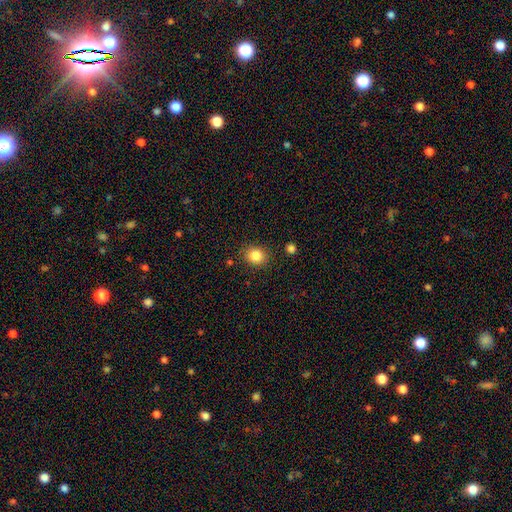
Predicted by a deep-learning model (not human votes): Morphology: type=smooth (85%); roundness=round (66%); merging=none (86%).